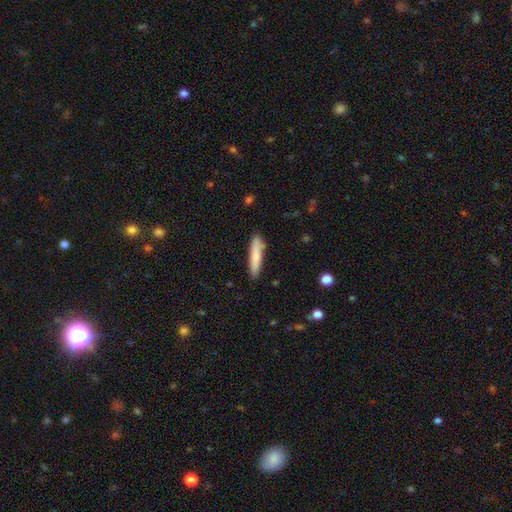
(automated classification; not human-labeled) Smooth or featured?
  - smooth: 77% *
  - featured or disk: 17%
  - star or artifact: 6%
How rounded?
  - cigar-shaped: 88% *
  - in between: 11%
  - round: 1%
Merging?
  - none: 83% *
  - minor disturbance: 12%
  - merger: 3%
  - major disturbance: 2%